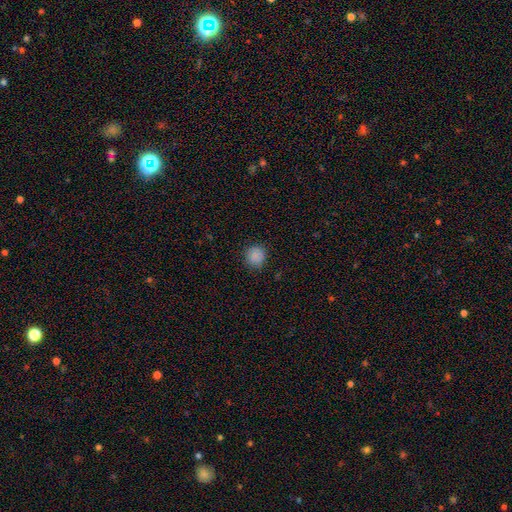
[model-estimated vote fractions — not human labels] Q: Smooth or featured?
A: smooth (86%); runner-up: star or artifact (10%)
Q: How rounded?
A: round (87%); runner-up: in between (12%)
Q: Merging?
A: none (85%); runner-up: minor disturbance (11%)